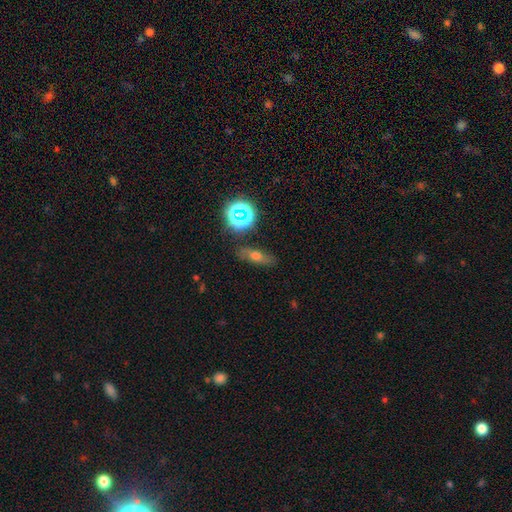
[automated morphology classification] The model was most divided on "how rounded": in between: 50%, cigar-shaped: 35%, round: 15%. More confident: merging — none (81%); smooth or featured — smooth (51%).